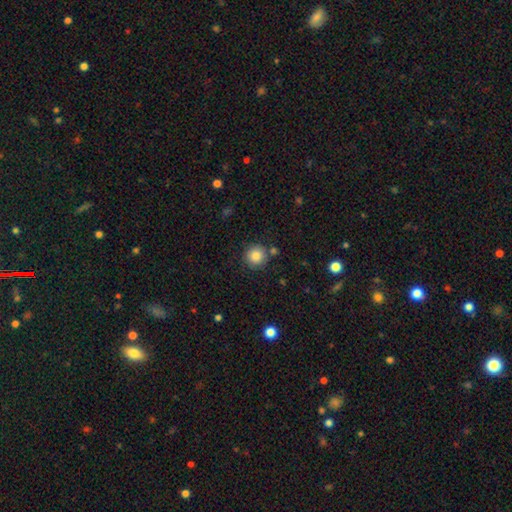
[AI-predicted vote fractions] Morphology: type=smooth (86%); roundness=round (94%); merging=none (83%).